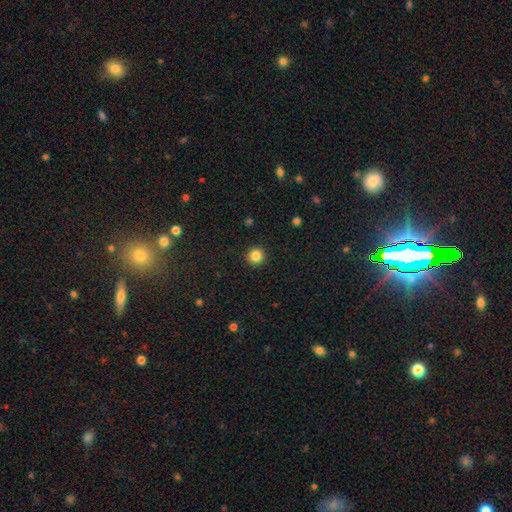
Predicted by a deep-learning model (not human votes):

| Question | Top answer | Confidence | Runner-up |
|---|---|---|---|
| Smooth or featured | smooth | 85% | star or artifact (11%) |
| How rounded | round | 96% | in between (3%) |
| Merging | none | 93% | minor disturbance (5%) |